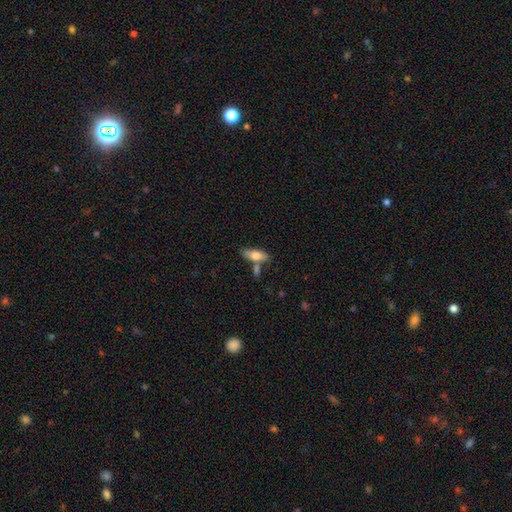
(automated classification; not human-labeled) Morphology: type=smooth (71%); roundness=in between (70%); merging=none (60%).